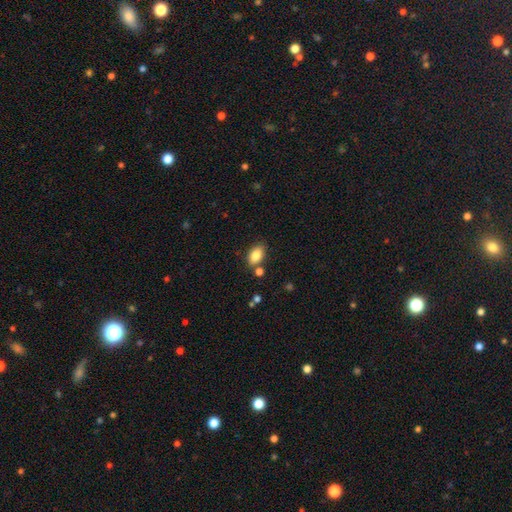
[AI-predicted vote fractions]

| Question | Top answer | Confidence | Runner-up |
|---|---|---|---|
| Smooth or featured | smooth | 85% | star or artifact (8%) |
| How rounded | in between | 90% | round (7%) |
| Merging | none | 76% | minor disturbance (13%) |